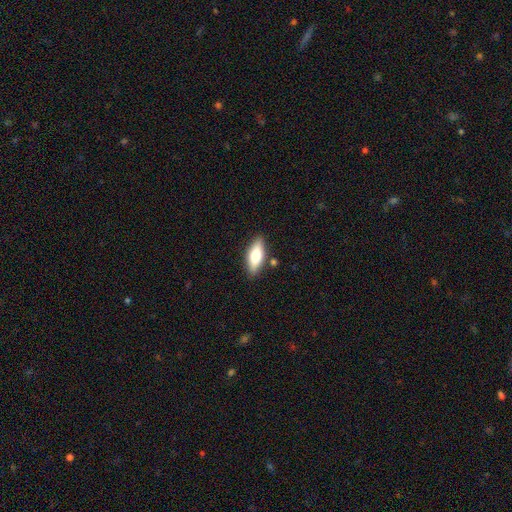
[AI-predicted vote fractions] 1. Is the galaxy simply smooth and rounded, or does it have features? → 67% smooth, 26% featured or disk, 7% star or artifact.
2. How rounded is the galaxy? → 73% in between, 24% cigar-shaped, 3% round.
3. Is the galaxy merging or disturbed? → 84% none, 11% minor disturbance, 3% merger, 2% major disturbance.